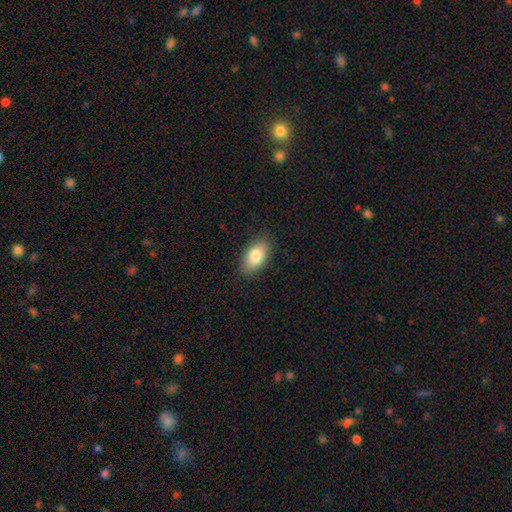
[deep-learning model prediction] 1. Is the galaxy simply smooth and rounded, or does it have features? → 82% smooth, 11% featured or disk, 7% star or artifact.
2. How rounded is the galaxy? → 93% in between, 5% round, 3% cigar-shaped.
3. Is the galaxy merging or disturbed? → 87% none, 10% minor disturbance, 2% major disturbance, 1% merger.